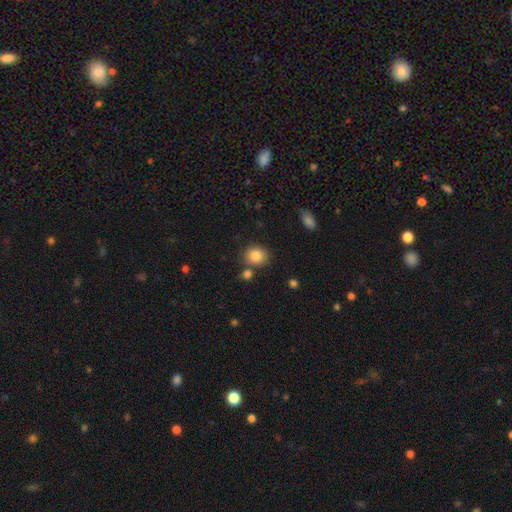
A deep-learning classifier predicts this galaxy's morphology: Smooth or featured? Predicted: smooth (p=0.85). How rounded? Predicted: round (p=0.72). Merging? Predicted: none (p=0.74).